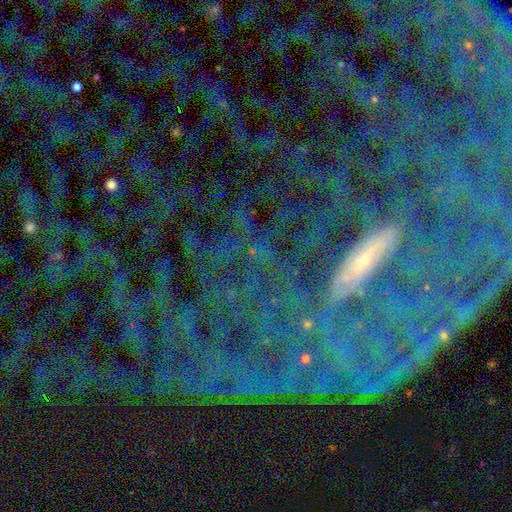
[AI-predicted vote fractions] Smooth or featured? star or artifact (50%)